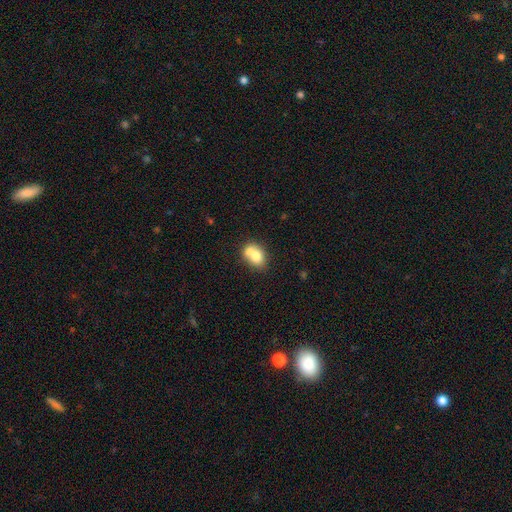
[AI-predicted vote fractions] Smooth or featured: smooth — 71% (featured or disk — 20%)
How rounded: in between — 57% (round — 42%)
Merging: merger — 51% (none — 35%)